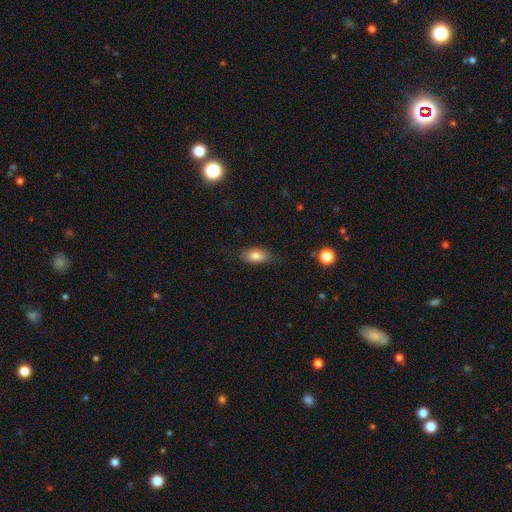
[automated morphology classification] Smooth or featured? smooth (78%)
How rounded? in between (86%)
Merging? none (76%)